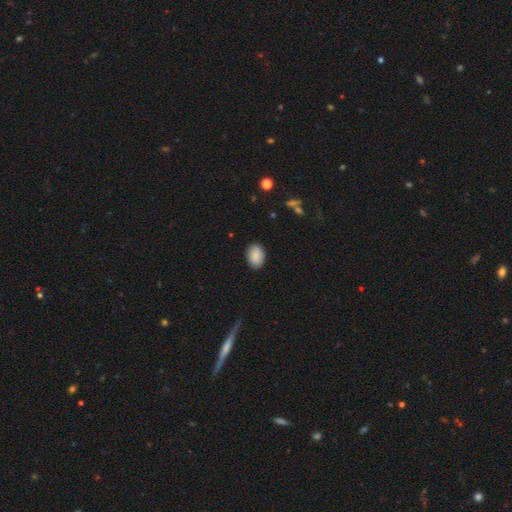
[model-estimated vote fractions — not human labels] Q: Smooth or featured?
A: smooth (89%); runner-up: star or artifact (7%)
Q: How rounded?
A: in between (86%); runner-up: round (13%)
Q: Merging?
A: none (88%); runner-up: minor disturbance (9%)